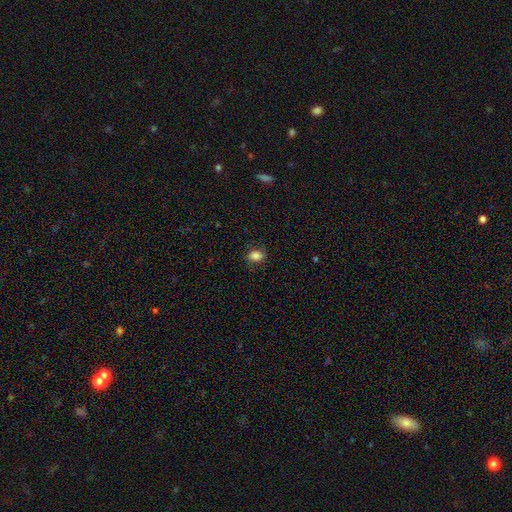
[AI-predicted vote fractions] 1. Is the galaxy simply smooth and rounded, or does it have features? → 81% smooth, 10% star or artifact, 9% featured or disk.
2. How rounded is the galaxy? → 68% in between, 31% round, 1% cigar-shaped.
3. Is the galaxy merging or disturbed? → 76% none, 17% minor disturbance, 6% major disturbance, 1% merger.